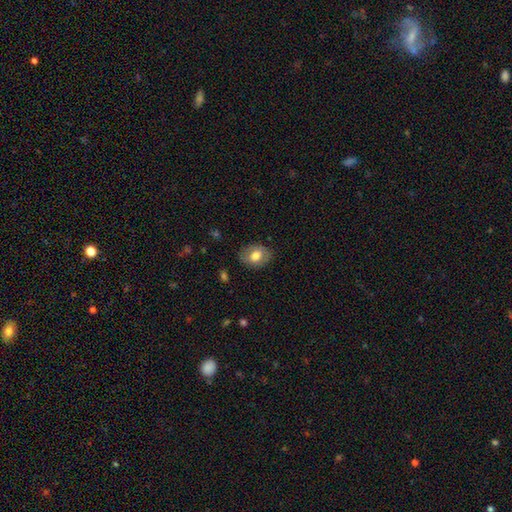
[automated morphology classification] A smooth galaxy with no disk features (71%) that is in between round and cigar-shaped (66%).

Vote fractions:
- Smooth or featured? smooth: 71% / featured or disk: 21% / star or artifact: 7%
- How rounded? in between: 66% / round: 33% / cigar-shaped: 1%
- Merging? none: 82% / minor disturbance: 13% / major disturbance: 4% / merger: 1%